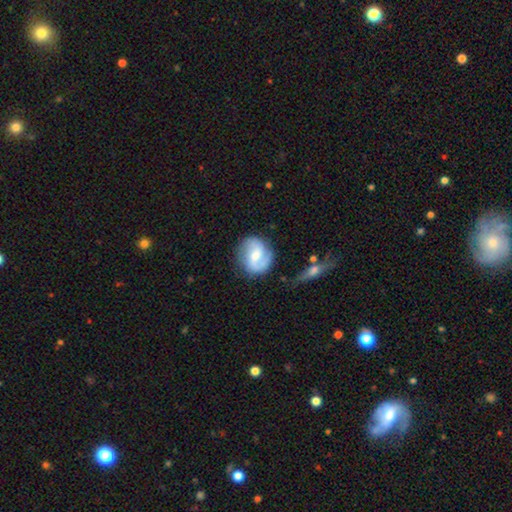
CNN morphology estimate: smooth_or_featured: featured or disk (p=0.69) [alt: smooth p=0.25]
disk_edge_on: no (p=0.97) [alt: yes p=0.03]
bar: weak (p=0.49) [alt: no p=0.36]
has_spiral_arms: yes (p=0.92) [alt: no p=0.08]
spiral_winding: medium (p=0.45) [alt: loose p=0.32]
spiral_arm_count: 2 (p=0.80) [alt: can't tell p=0.08]
bulge_size: moderate (p=0.48) [alt: small p=0.41]
merging: none (p=0.71) [alt: minor disturbance p=0.18]